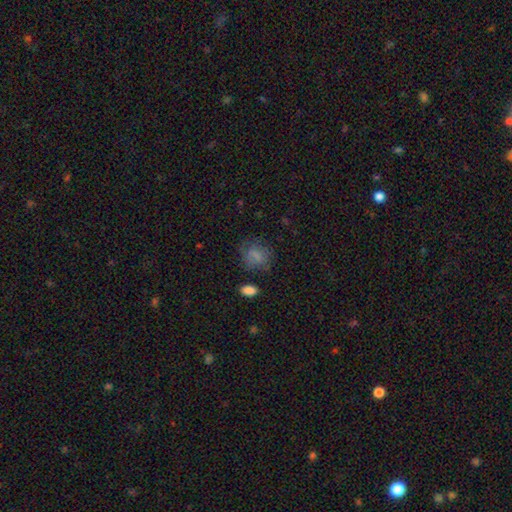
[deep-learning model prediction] A smooth galaxy with no disk features (74%) that is round (50%). Merging: none (60%).